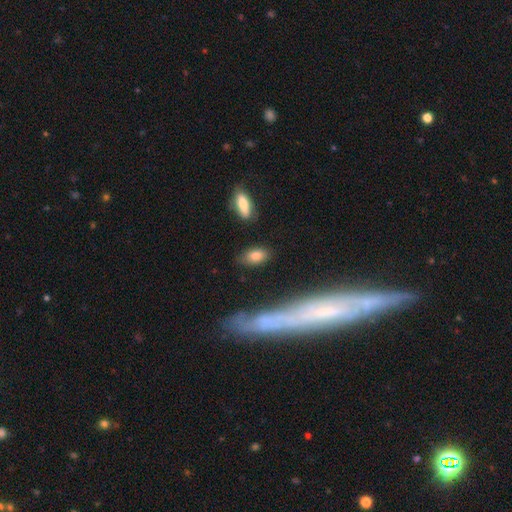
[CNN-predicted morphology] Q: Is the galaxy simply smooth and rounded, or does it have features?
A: smooth — 81%.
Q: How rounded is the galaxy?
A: in between — 88%.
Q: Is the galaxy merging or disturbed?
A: none — 77%.